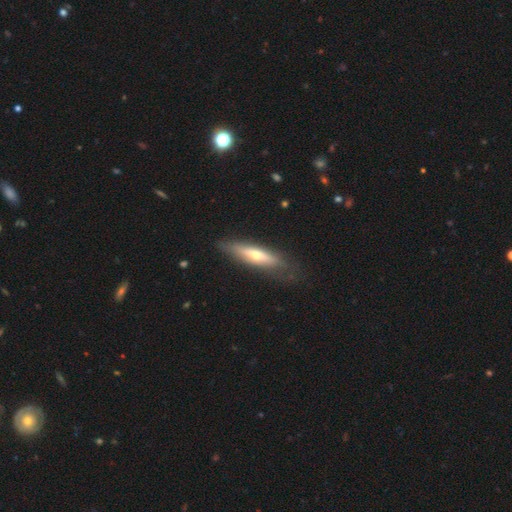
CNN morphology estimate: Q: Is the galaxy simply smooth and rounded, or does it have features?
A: featured or disk — 50%.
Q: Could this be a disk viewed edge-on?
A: yes — 72%.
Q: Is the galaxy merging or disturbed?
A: none — 74%.